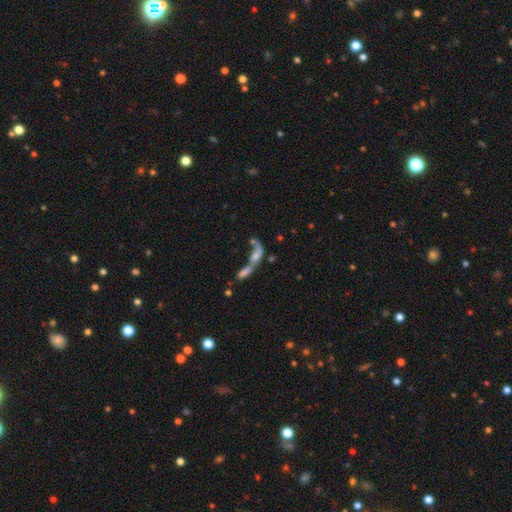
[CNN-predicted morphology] This is possibly a featured or disk galaxy (47%). Merging: likely merger (67%).